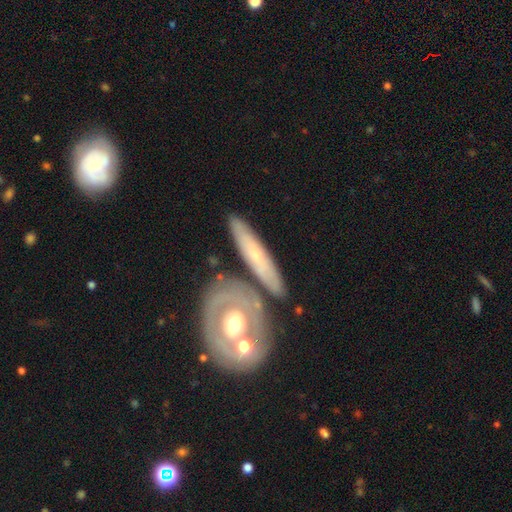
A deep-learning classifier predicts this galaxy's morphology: The model was most divided on "smooth or featured": featured or disk: 50%, smooth: 43%, star or artifact: 7%. More confident: merging — none (72%); edge-on disk — no (54%).